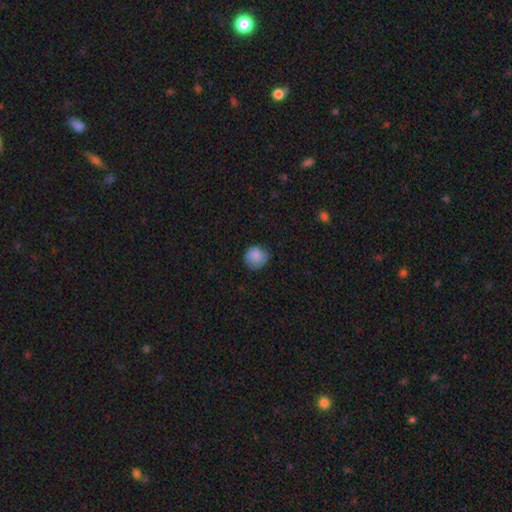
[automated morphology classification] Smooth or featured? Predicted: smooth (p=0.84). How rounded? Predicted: round (p=0.88). Merging? Predicted: none (p=0.74).